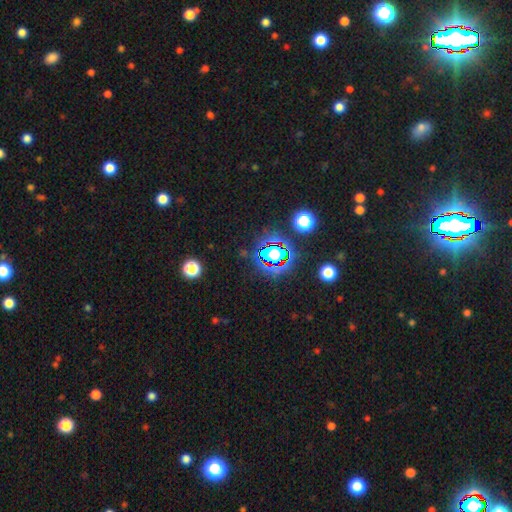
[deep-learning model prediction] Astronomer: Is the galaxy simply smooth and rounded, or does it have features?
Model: star or artifact — 82%.